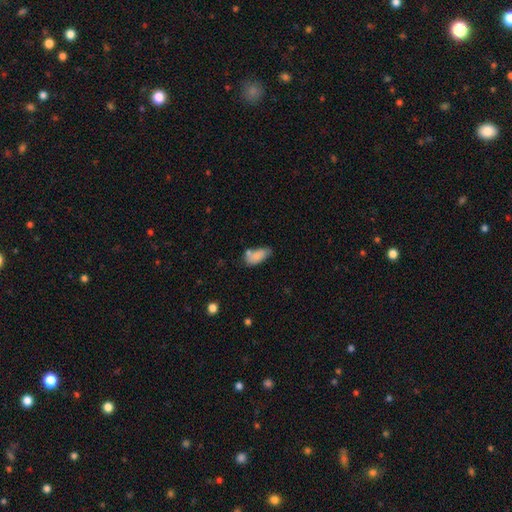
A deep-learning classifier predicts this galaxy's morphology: smooth_or_featured: smooth (p=0.77) [alt: featured or disk p=0.15]
how_rounded: in between (p=0.88) [alt: cigar-shaped p=0.08]
merging: none (p=0.43) [alt: minor disturbance p=0.26]